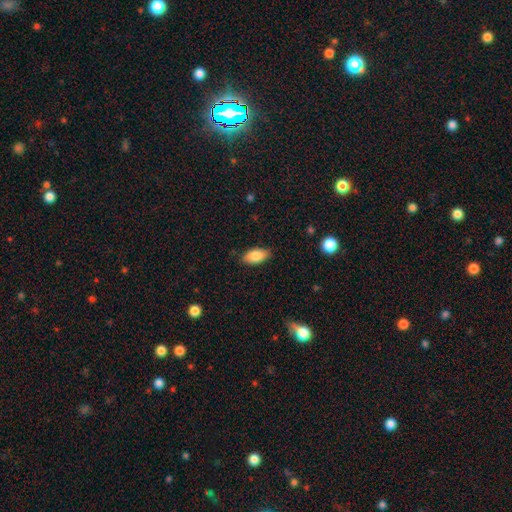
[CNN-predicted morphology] Smooth or featured? smooth (85%)
How rounded? in between (92%)
Merging? none (84%)